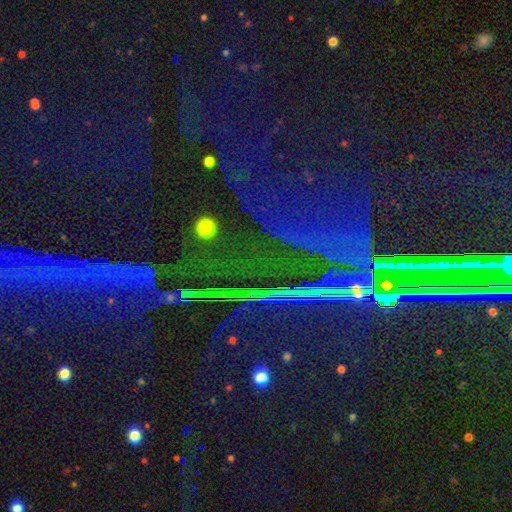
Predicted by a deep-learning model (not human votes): Smooth or featured: star or artifact — 87% (featured or disk — 7%)